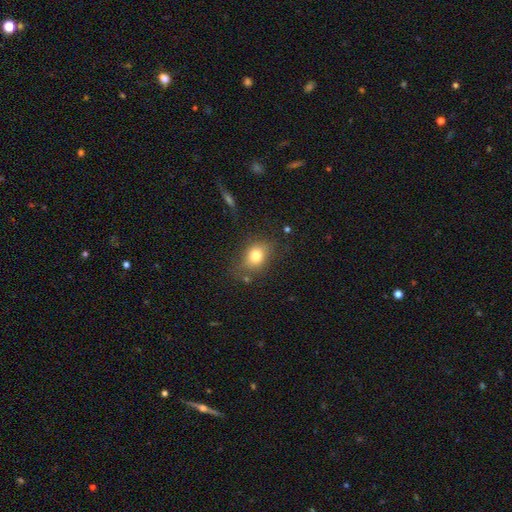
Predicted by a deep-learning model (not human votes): The model was most divided on "how rounded": in between: 58%, round: 41%, cigar-shaped: 2%. More confident: smooth or featured — smooth (78%); merging — none (70%).